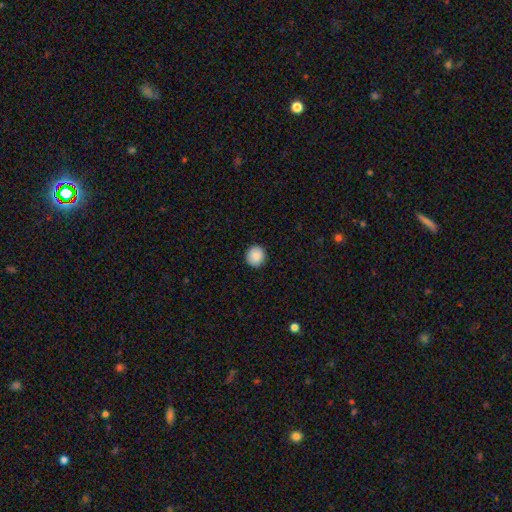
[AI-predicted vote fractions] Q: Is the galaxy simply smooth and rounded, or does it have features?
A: smooth — 89%.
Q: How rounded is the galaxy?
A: round — 93%.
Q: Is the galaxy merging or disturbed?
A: none — 92%.